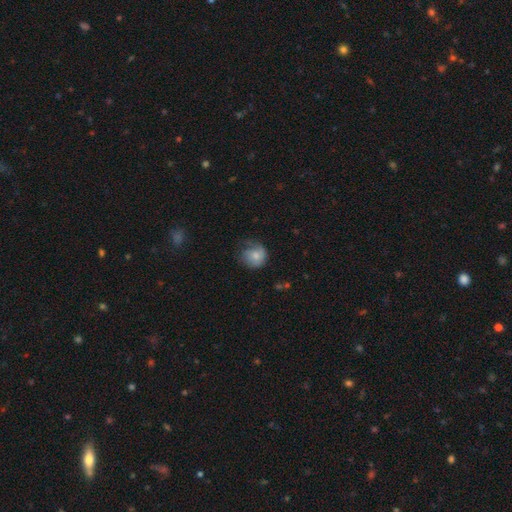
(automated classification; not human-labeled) Smooth or featured?
  - smooth: 69% *
  - featured or disk: 22%
  - star or artifact: 8%
How rounded?
  - round: 79% *
  - in between: 20%
  - cigar-shaped: 1%
Merging?
  - none: 45% *
  - minor disturbance: 31%
  - major disturbance: 22%
  - merger: 2%